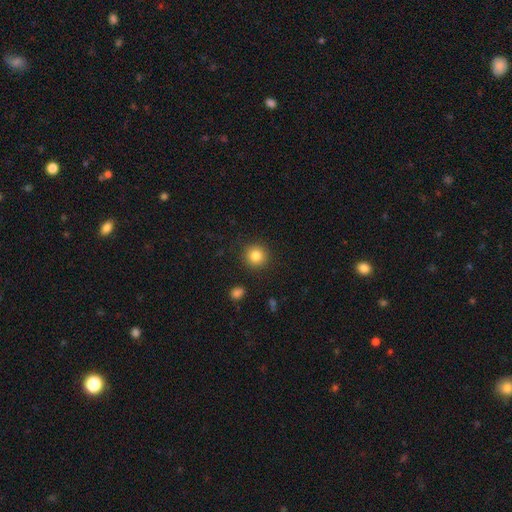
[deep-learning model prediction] Smooth or featured: smooth — 84% (star or artifact — 10%)
How rounded: round — 93% (in between — 6%)
Merging: none — 90% (minor disturbance — 6%)